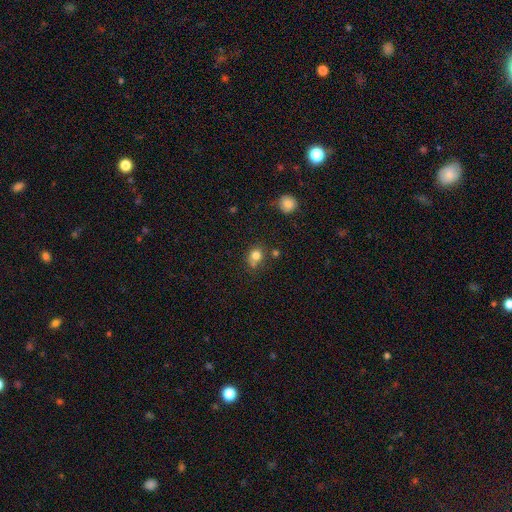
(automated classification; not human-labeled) A smooth galaxy with no disk features (78%) that is round (74%). Merging: none (57%).